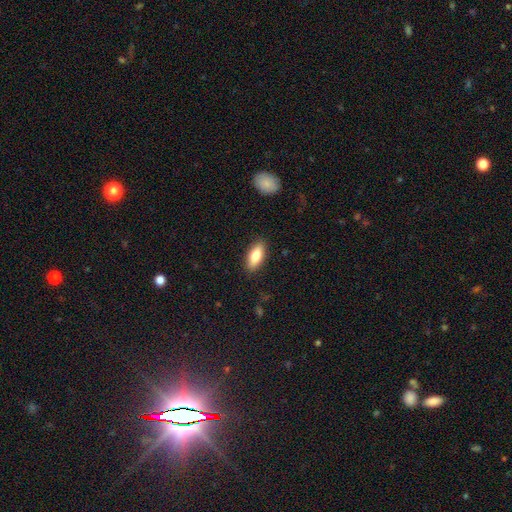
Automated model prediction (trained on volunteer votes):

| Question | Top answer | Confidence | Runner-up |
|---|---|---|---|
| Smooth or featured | smooth | 78% | featured or disk (16%) |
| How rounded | in between | 79% | cigar-shaped (19%) |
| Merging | none | 88% | minor disturbance (9%) |